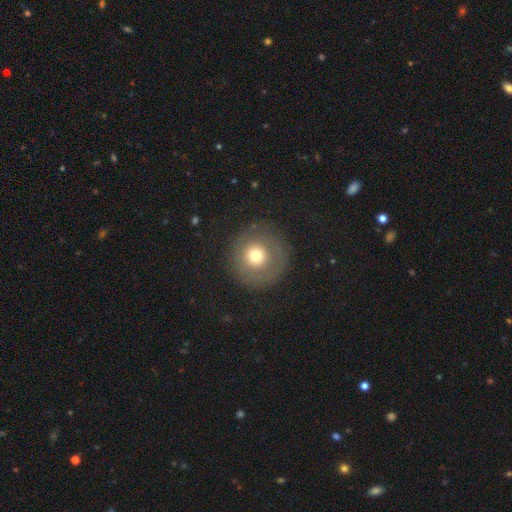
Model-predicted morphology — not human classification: smooth 64%, featured or disk 25%, star or artifact 11%. Down the decision tree: how rounded — round (94%); merging — none (79%).